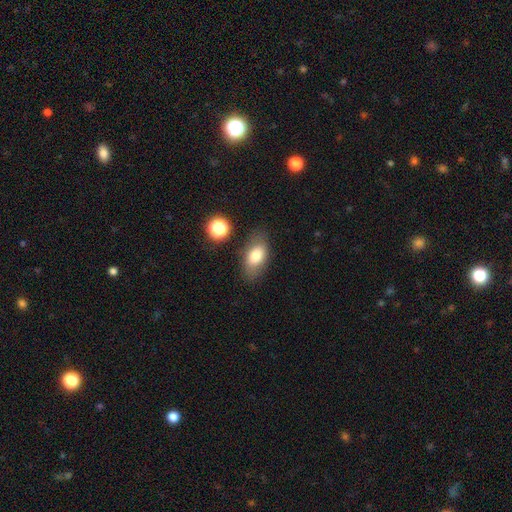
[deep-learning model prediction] Smooth or featured? smooth (77%)
How rounded? in between (89%)
Merging? none (75%)